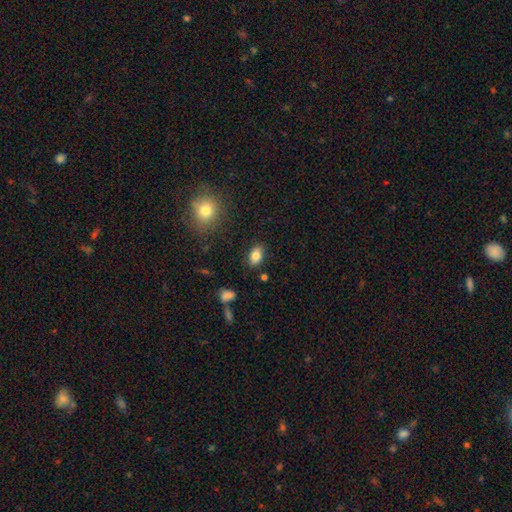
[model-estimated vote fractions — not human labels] smooth-or-featured: smooth: 82% | star or artifact: 9% | featured or disk: 8%
  how-rounded: in between: 88% | round: 10% | cigar-shaped: 2%
  merging: none: 85% | minor disturbance: 10% | major disturbance: 3% | merger: 2%